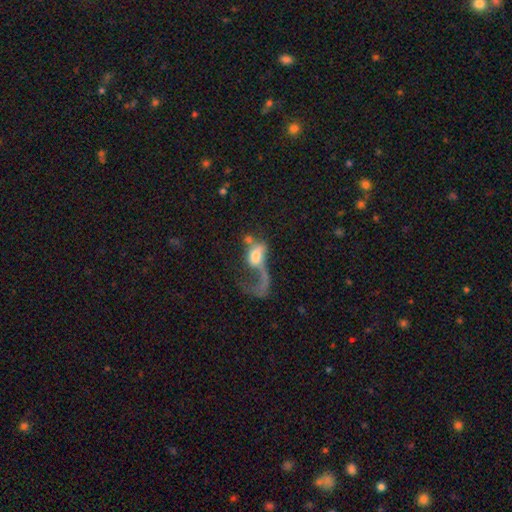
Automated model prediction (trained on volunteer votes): The model was most divided on "smooth or featured": featured or disk: 46%, smooth: 45%, star or artifact: 9%. More confident: merging — major disturbance (60%).